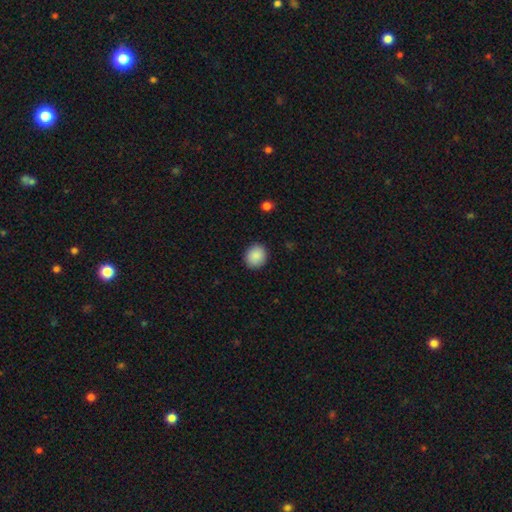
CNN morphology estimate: Smooth or featured? Predicted: smooth (p=0.89). How rounded? Predicted: round (p=0.75). Merging? Predicted: none (p=0.90).